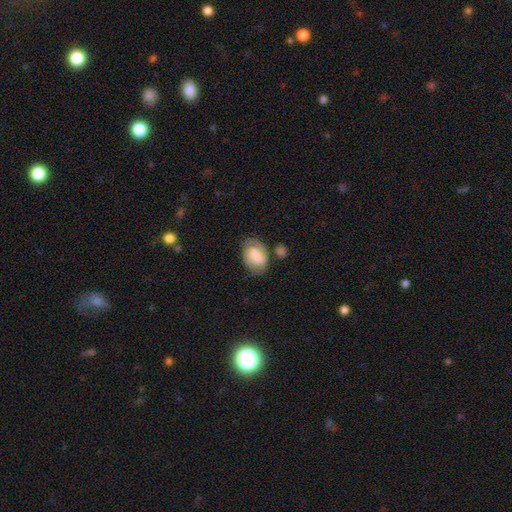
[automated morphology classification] Overall: featured or disk (57%; smooth 36%). Edge-on disk: no (97%). Bar: weak (51%; no 30%). Spiral arms: yes (88%). Bulge size: moderate (41%; small 36%). Merging: none (70%).